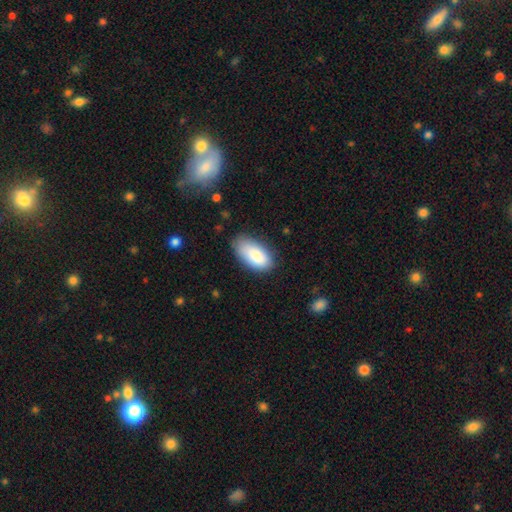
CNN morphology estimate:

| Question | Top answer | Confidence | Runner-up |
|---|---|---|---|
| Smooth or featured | smooth | 84% | featured or disk (9%) |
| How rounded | in between | 94% | cigar-shaped (4%) |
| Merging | none | 76% | minor disturbance (18%) |